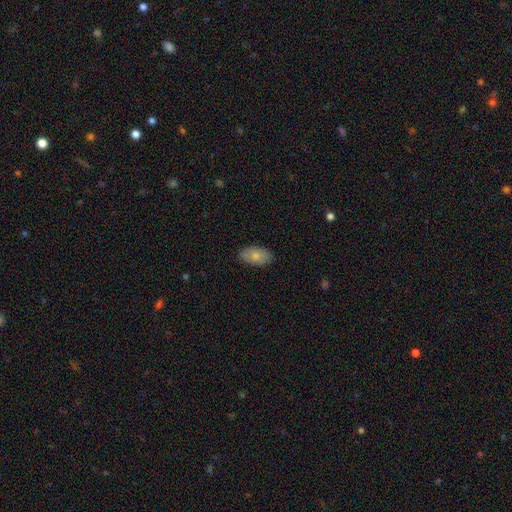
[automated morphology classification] Q: Smooth or featured?
A: smooth (76%); runner-up: featured or disk (18%)
Q: How rounded?
A: in between (93%); runner-up: round (5%)
Q: Merging?
A: none (85%); runner-up: minor disturbance (12%)